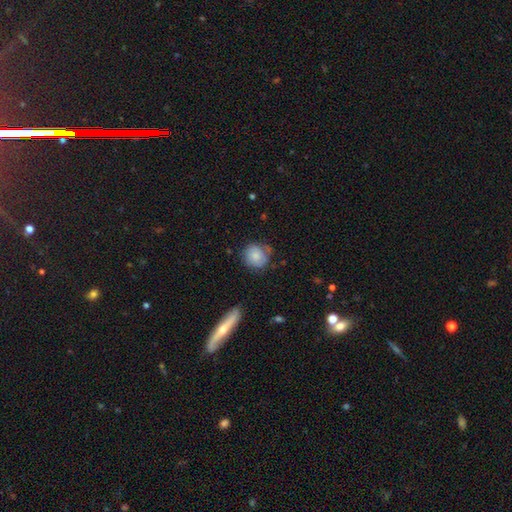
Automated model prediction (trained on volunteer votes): Overall: smooth (75%). How rounded: round (83%). Merging: none (66%).